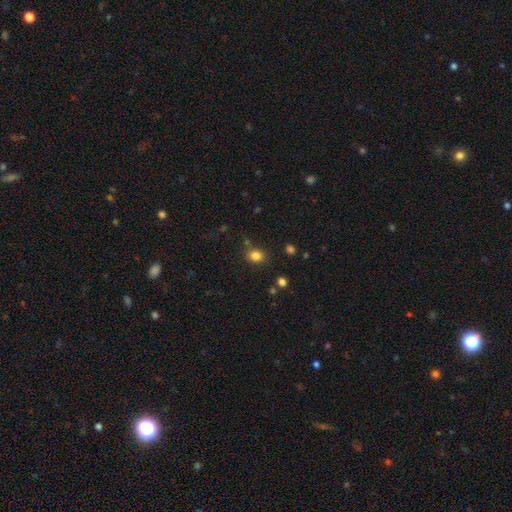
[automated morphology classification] Smooth or featured: smooth — 82% (star or artifact — 12%)
How rounded: round — 54% (in between — 45%)
Merging: none — 79% (minor disturbance — 12%)